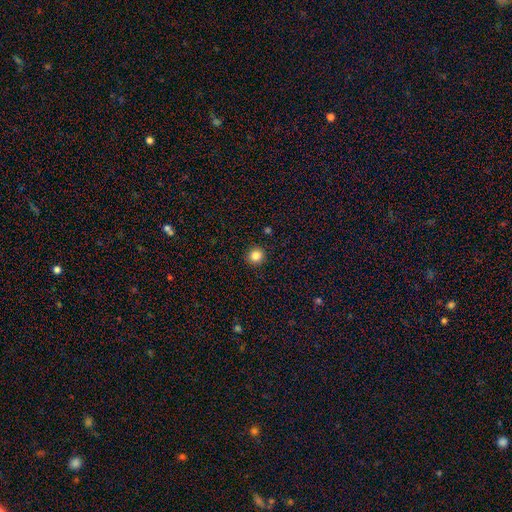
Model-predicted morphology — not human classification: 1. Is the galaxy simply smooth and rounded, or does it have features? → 85% smooth, 11% star or artifact, 4% featured or disk.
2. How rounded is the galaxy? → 93% round, 6% in between, 1% cigar-shaped.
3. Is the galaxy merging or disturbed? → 92% none, 5% minor disturbance, 2% major disturbance, 1% merger.